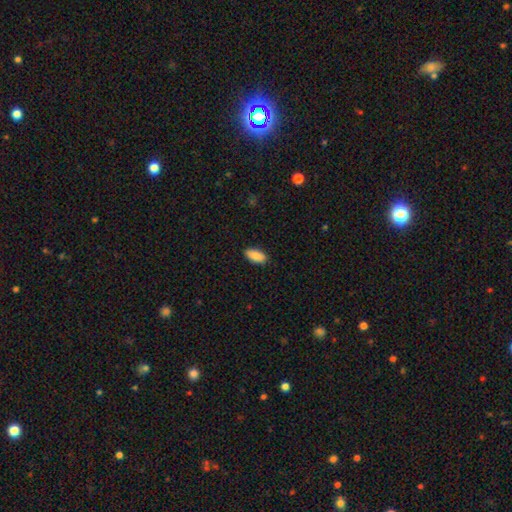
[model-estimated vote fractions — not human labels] Smooth or featured? smooth (89%)
How rounded? in between (92%)
Merging? none (88%)